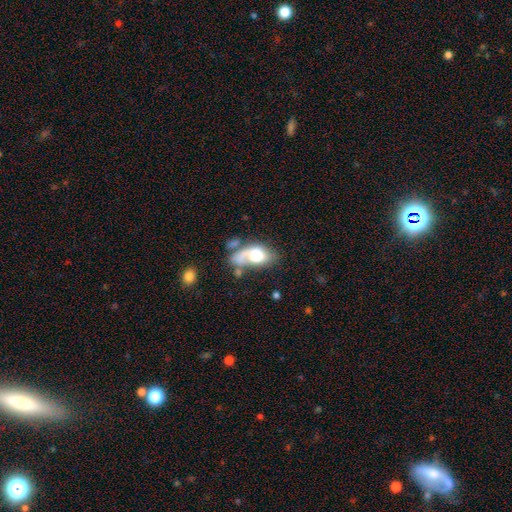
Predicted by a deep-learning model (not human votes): smooth 61%, featured or disk 32%, star or artifact 8%. Down the decision tree: how rounded — in between (81%); merging — major disturbance (29%, tied with merger).